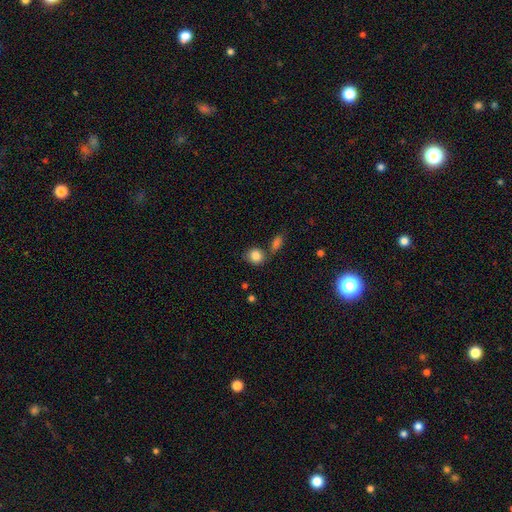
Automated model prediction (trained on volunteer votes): This is clearly a smooth galaxy (86%). How rounded: likely round (71%). Merging: likely none (65%).